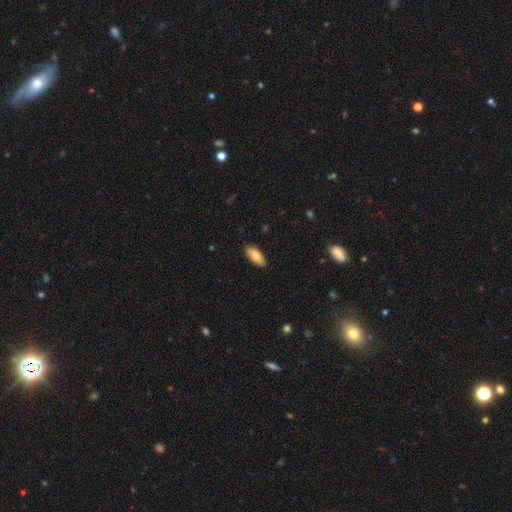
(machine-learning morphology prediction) smooth-or-featured: smooth: 81% | featured or disk: 13% | star or artifact: 6%
  how-rounded: in between: 86% | cigar-shaped: 12% | round: 2%
  merging: none: 87% | minor disturbance: 10% | major disturbance: 2% | merger: 1%